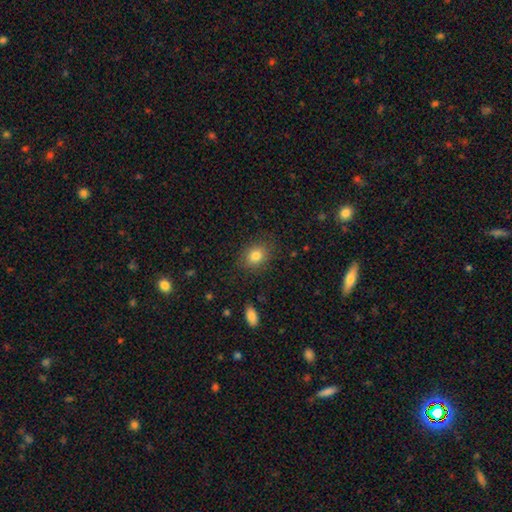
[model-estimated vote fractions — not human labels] Morphology: type=smooth (82%); roundness=in between (55%); merging=none (83%).